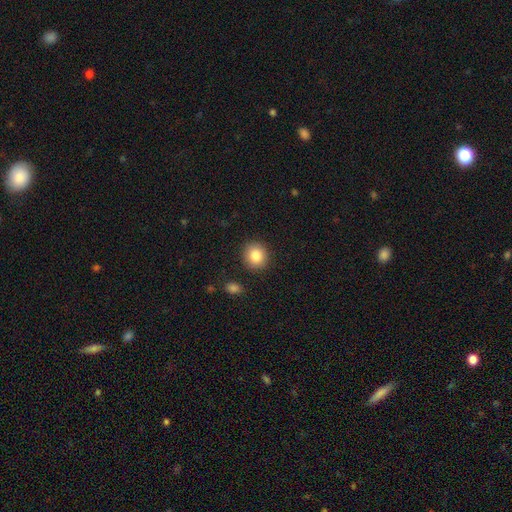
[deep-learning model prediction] smooth 84%, star or artifact 9%, featured or disk 7%. Down the decision tree: how rounded — round (86%); merging — none (89%).